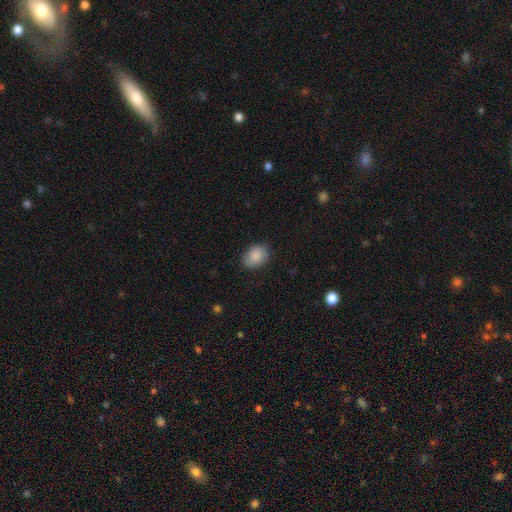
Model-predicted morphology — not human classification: Overall: smooth (86%). How rounded: in between (69%; round 30%). Merging: none (84%).